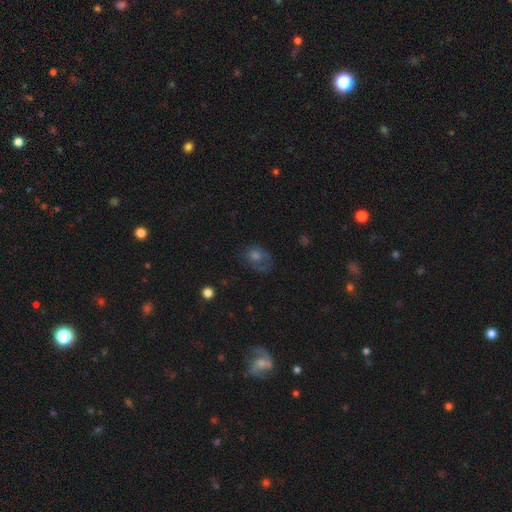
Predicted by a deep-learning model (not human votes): A smooth galaxy with no disk features (45%).

Vote fractions:
- Smooth or featured? smooth: 45% / featured or disk: 34% / star or artifact: 21%
- Merging? none: 52% / major disturbance: 23% / minor disturbance: 23% / merger: 2%